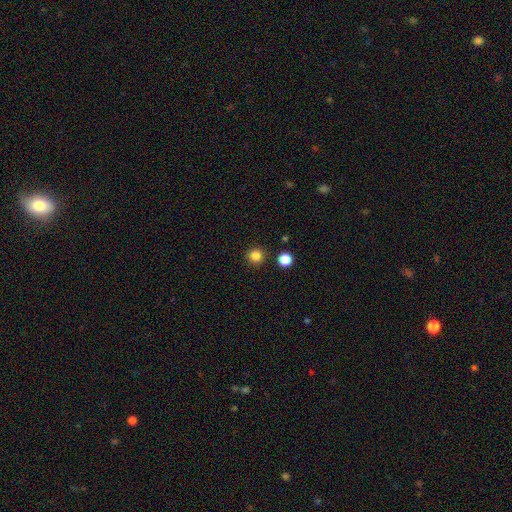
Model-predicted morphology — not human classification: smooth-or-featured: smooth: 84% | star or artifact: 12% | featured or disk: 3%
  how-rounded: round: 95% | in between: 4% | cigar-shaped: 1%
  merging: none: 90% | minor disturbance: 5% | merger: 3% | major disturbance: 2%